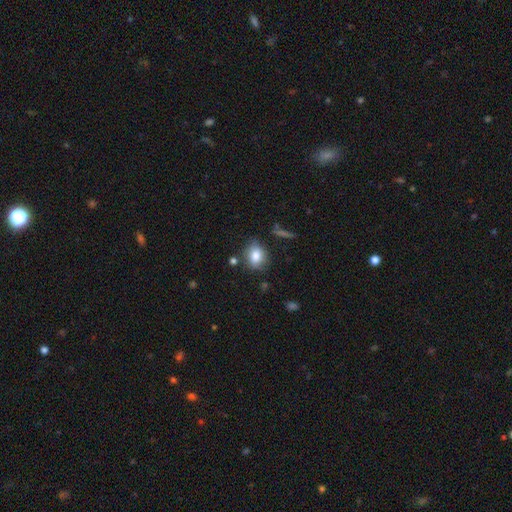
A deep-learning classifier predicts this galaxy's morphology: A smooth galaxy with no disk features (80%) that is in between round and cigar-shaped (50%).

Vote fractions:
- Smooth or featured? smooth: 80% / featured or disk: 10% / star or artifact: 9%
- How rounded? in between: 50% / round: 48% / cigar-shaped: 2%
- Merging? none: 74% / minor disturbance: 18% / merger: 5% / major disturbance: 4%